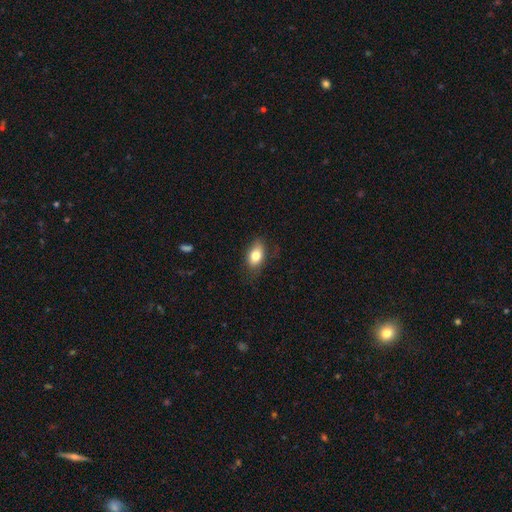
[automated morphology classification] Q: Smooth or featured?
A: smooth (79%); runner-up: featured or disk (13%)
Q: How rounded?
A: in between (87%); runner-up: round (9%)
Q: Merging?
A: none (77%); runner-up: minor disturbance (18%)